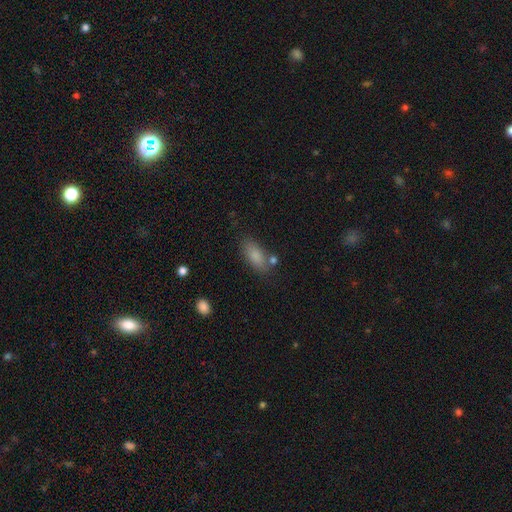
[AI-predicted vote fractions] A smooth galaxy with no disk features (84%) that is in between round and cigar-shaped (81%).

Vote fractions:
- Smooth or featured? smooth: 84% / featured or disk: 8% / star or artifact: 8%
- How rounded? in between: 81% / cigar-shaped: 16% / round: 3%
- Merging? none: 72% / minor disturbance: 16% / merger: 8% / major disturbance: 4%